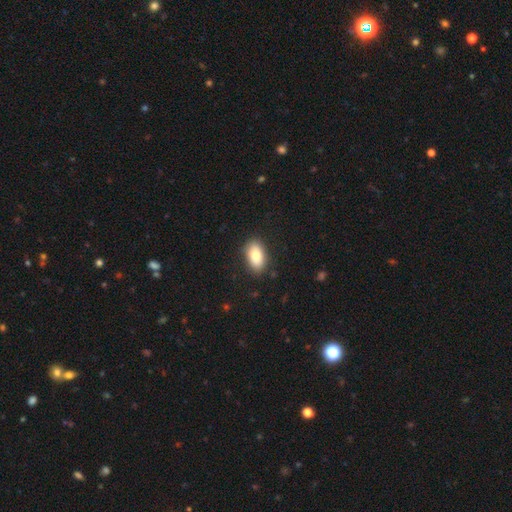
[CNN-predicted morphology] Overall: smooth (83%). How rounded: in between (92%). Merging: none (86%).